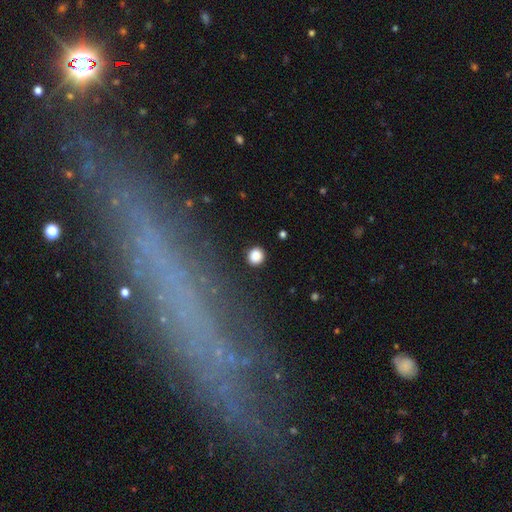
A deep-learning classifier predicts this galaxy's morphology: The model was most divided on "smooth or featured": smooth: 86%, star or artifact: 10%, featured or disk: 4%. More confident: merging — none (91%); how rounded — round (90%).